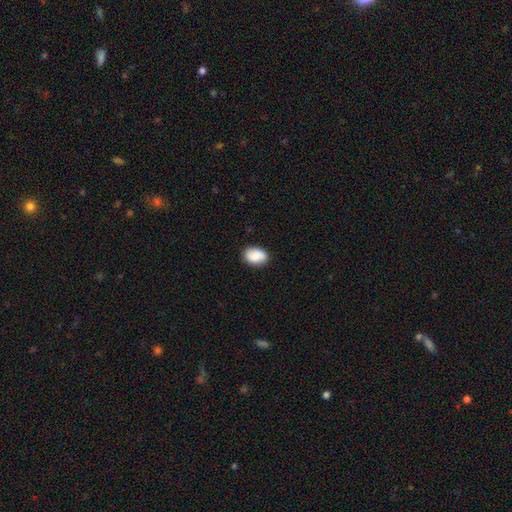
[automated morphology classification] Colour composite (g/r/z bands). It shows a smooth galaxy with no disk features (85%) that is in between round and cigar-shaped (80%). Merging: none (85%).